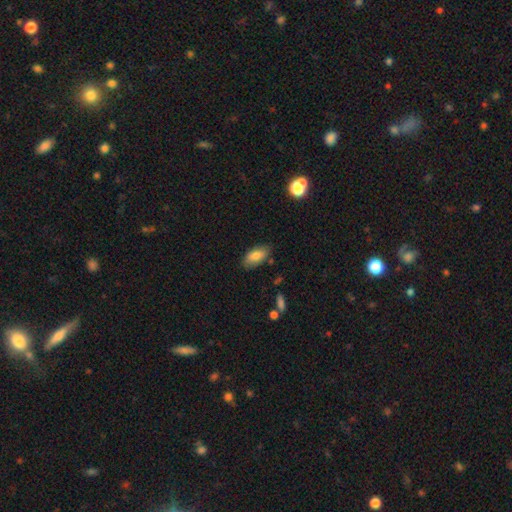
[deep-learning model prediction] Smooth or featured: smooth — 81% (featured or disk — 12%)
How rounded: in between — 91% (cigar-shaped — 6%)
Merging: none — 76% (minor disturbance — 18%)